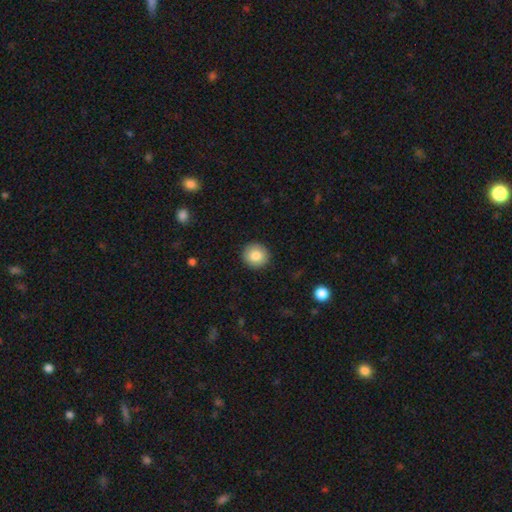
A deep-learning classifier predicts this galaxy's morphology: Smooth or featured: smooth — 84% (featured or disk — 8%)
How rounded: round — 93% (in between — 6%)
Merging: none — 92% (minor disturbance — 5%)